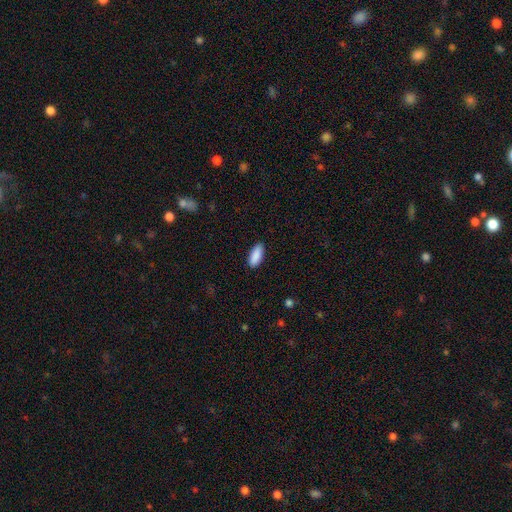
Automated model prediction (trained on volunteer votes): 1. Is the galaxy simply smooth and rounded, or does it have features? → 90% smooth, 6% star or artifact, 4% featured or disk.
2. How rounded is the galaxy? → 85% in between, 14% cigar-shaped, 2% round.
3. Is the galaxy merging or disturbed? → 89% none, 8% minor disturbance, 2% major disturbance, 1% merger.